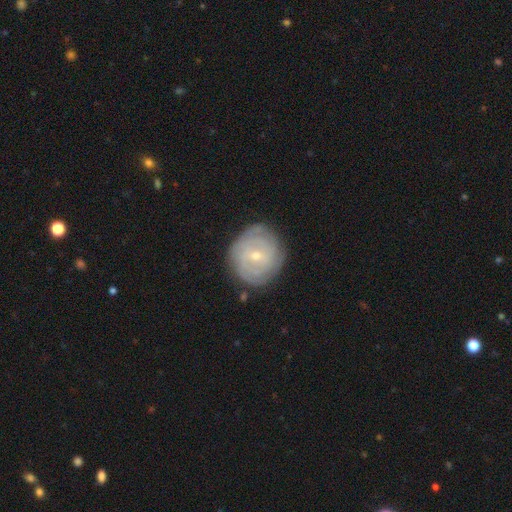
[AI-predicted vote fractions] Overall: featured or disk (69%). Edge-on disk: no (97%). Bar: no (53%; weak 40%). Spiral arms: yes (84%). Spiral arm count: can't tell (50%; 2 16%). Spiral winding: tight (76%). Bulge size: small (66%; moderate 31%). Merging: none (79%).